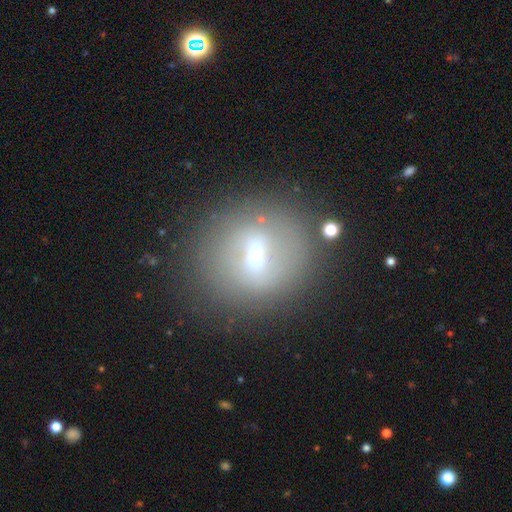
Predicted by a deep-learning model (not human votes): Smooth or featured: smooth — 44% (featured or disk — 42%)
Merging: none — 76% (minor disturbance — 12%)